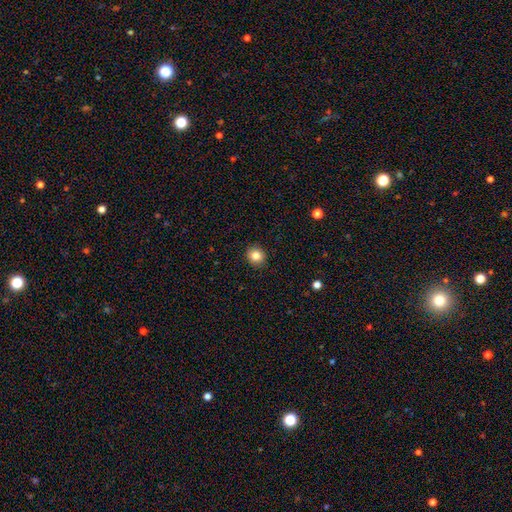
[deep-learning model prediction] smooth 84%, star or artifact 10%, featured or disk 6%. Down the decision tree: how rounded — round (80%); merging — none (91%).